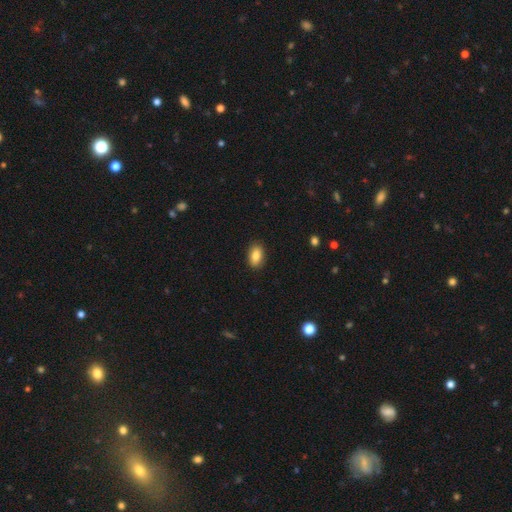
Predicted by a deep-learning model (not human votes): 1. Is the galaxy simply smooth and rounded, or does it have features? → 86% smooth, 7% star or artifact, 7% featured or disk.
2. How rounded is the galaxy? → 91% in between, 7% round, 2% cigar-shaped.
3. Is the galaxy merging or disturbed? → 88% none, 9% minor disturbance, 2% major disturbance, 1% merger.